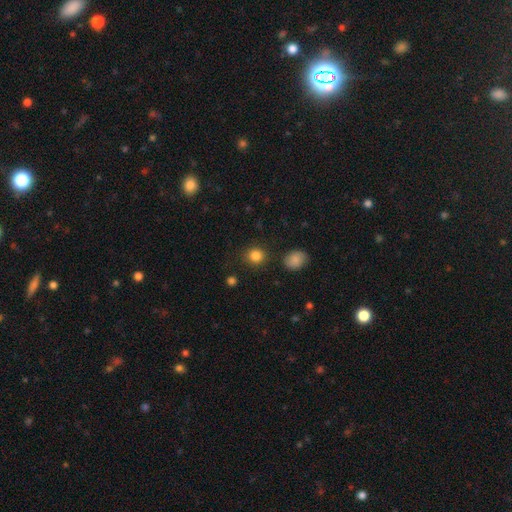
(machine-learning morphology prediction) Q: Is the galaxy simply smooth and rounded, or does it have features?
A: smooth — 84%.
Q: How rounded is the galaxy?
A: round — 83%.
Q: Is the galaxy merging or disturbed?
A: none — 86%.